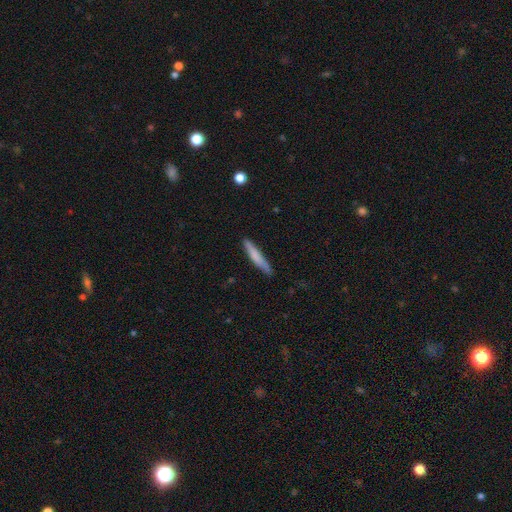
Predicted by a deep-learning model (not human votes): A smooth galaxy with no disk features (68%) that is cigar-shaped (94%). Merging: none (86%).